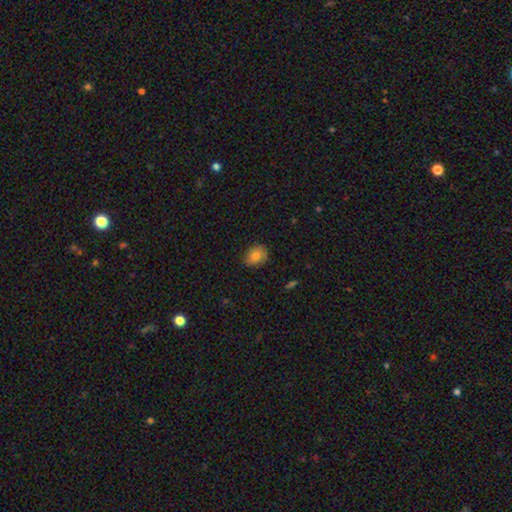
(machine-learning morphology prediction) type=smooth (78%); roundness=in between (57%); merging=none (75%).